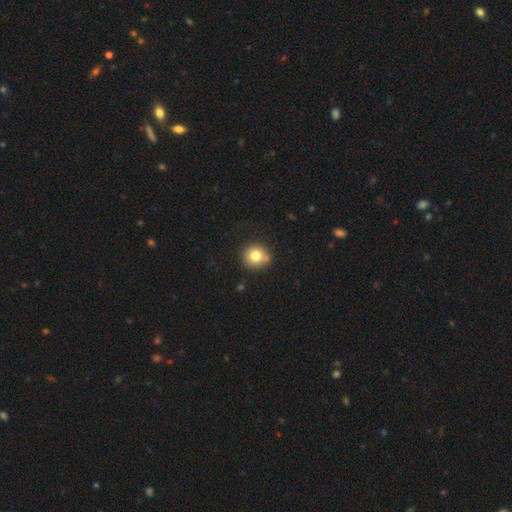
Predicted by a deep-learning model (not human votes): Morphology: type=smooth (79%); roundness=round (90%); merging=none (79%).